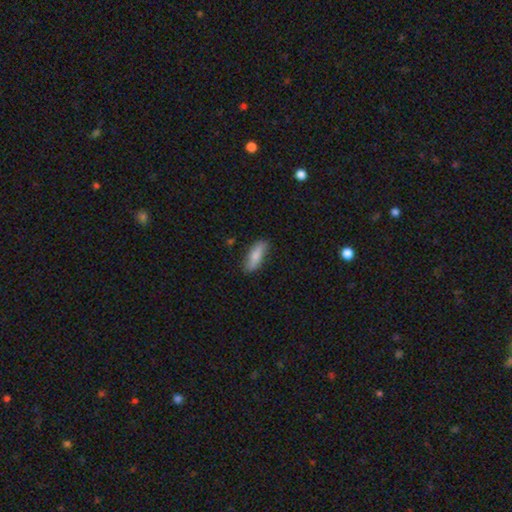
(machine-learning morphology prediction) Overall: smooth (80%). How rounded: in between (58%; cigar-shaped 39%). Merging: none (80%).